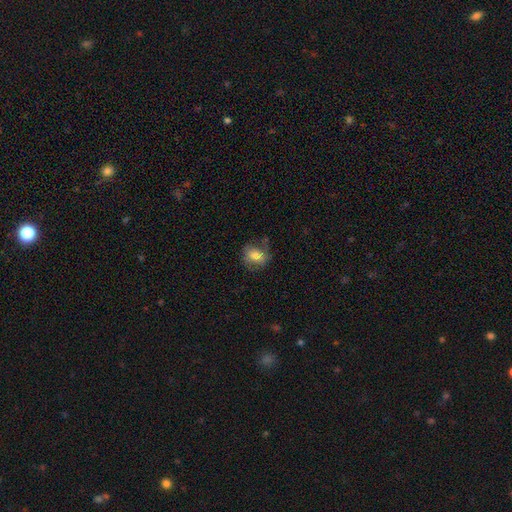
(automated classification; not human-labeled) smooth_or_featured: smooth (p=0.66) [alt: featured or disk p=0.25]
how_rounded: in between (p=0.50) [alt: round p=0.49]
merging: none (p=0.62) [alt: minor disturbance p=0.25]